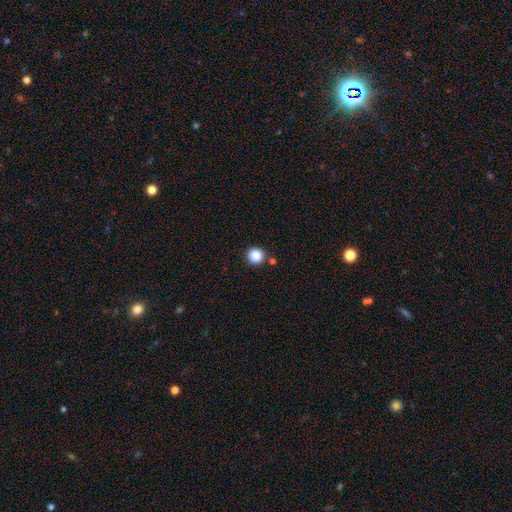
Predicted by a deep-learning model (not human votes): Smooth or featured?
  - smooth: 87% *
  - star or artifact: 10%
  - featured or disk: 3%
How rounded?
  - round: 95% *
  - in between: 4%
  - cigar-shaped: 1%
Merging?
  - none: 86% *
  - minor disturbance: 6%
  - merger: 5%
  - major disturbance: 2%